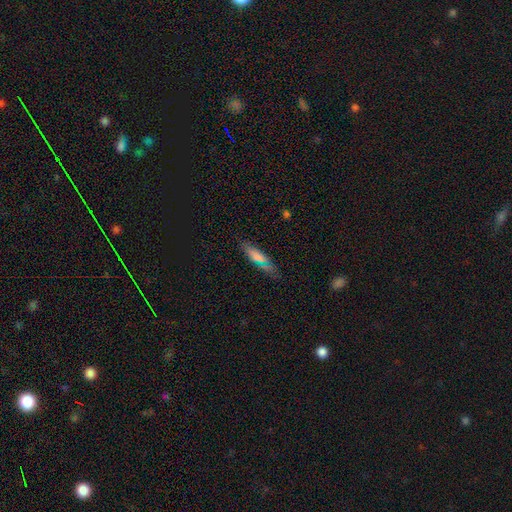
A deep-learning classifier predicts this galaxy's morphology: Smooth or featured? smooth (42%)
Merging? none (77%)